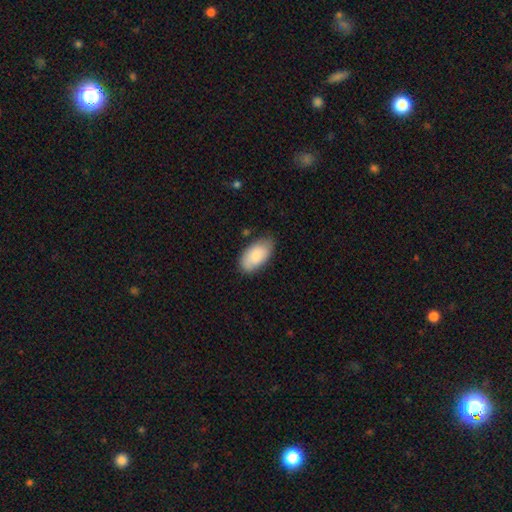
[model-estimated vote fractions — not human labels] The model was most divided on "merging": none: 74%, minor disturbance: 21%, major disturbance: 4%, merger: 2%. More confident: how rounded — in between (95%); smooth or featured — smooth (83%).